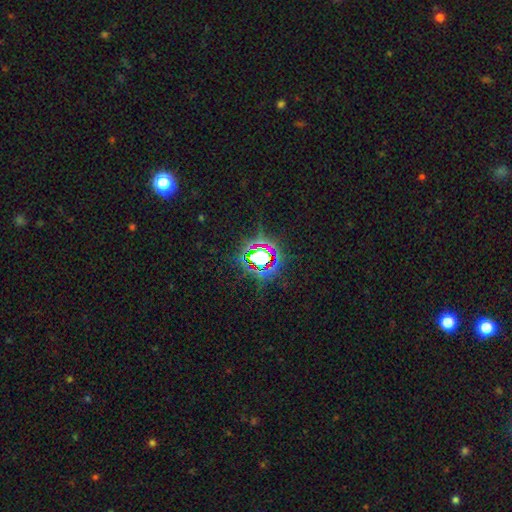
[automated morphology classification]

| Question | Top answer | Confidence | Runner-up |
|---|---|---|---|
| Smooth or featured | star or artifact | 73% | smooth (16%) |